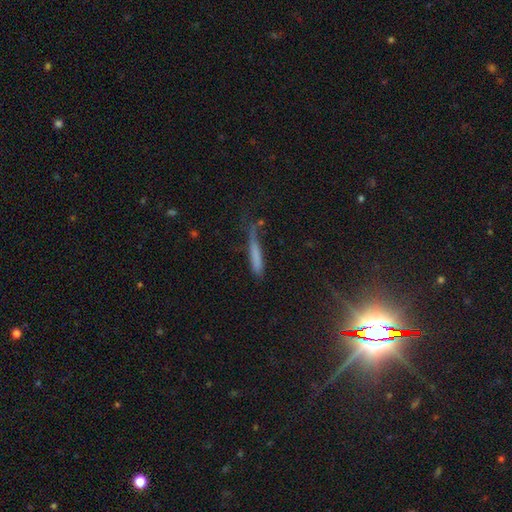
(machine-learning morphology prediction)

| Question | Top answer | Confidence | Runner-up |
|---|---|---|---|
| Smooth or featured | smooth | 67% | featured or disk (22%) |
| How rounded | cigar-shaped | 91% | in between (7%) |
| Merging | none | 51% | minor disturbance (27%) |